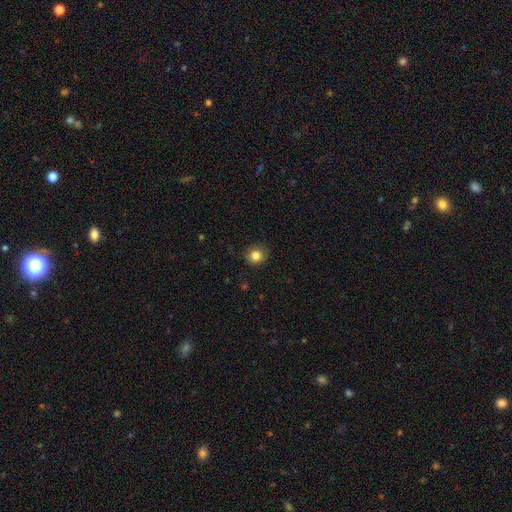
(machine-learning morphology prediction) Smooth or featured? smooth (83%)
How rounded? round (88%)
Merging? none (89%)